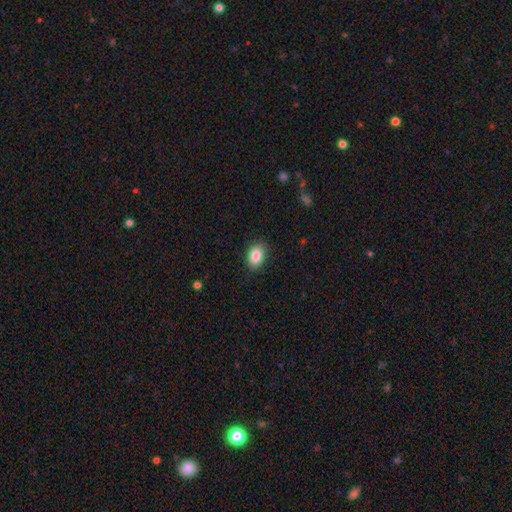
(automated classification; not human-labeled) A smooth galaxy with no disk features (87%) that is in between round and cigar-shaped (82%).

Vote fractions:
- Smooth or featured? smooth: 87% / star or artifact: 8% / featured or disk: 6%
- How rounded? in between: 82% / round: 17% / cigar-shaped: 1%
- Merging? none: 83% / minor disturbance: 13% / major disturbance: 3% / merger: 1%